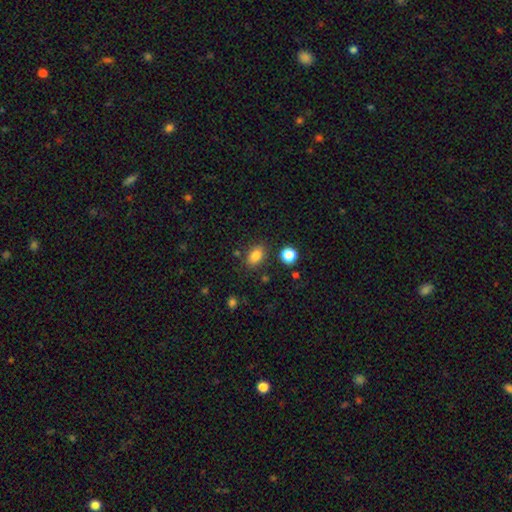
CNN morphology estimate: Smooth or featured? smooth (83%)
How rounded? in between (80%)
Merging? none (81%)